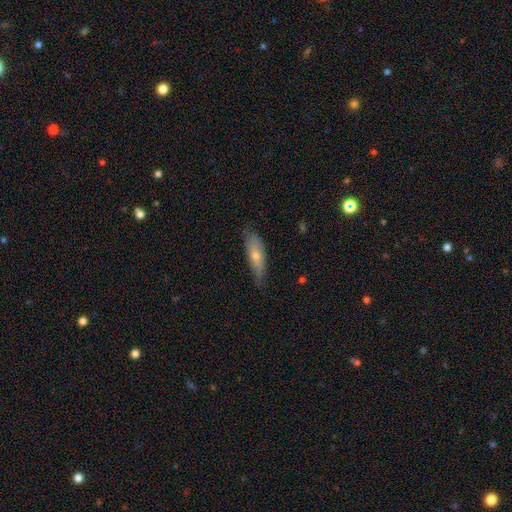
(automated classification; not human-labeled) Morphology: type=smooth (50%); merging=none (71%).